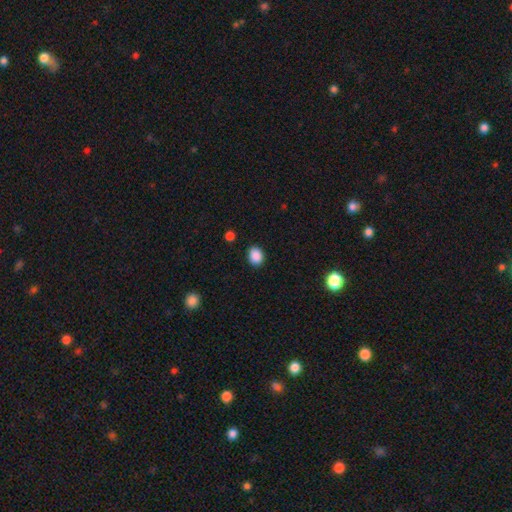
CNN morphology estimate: Smooth or featured: smooth — 88% (star or artifact — 9%)
How rounded: in between — 52% (round — 47%)
Merging: none — 88% (minor disturbance — 8%)